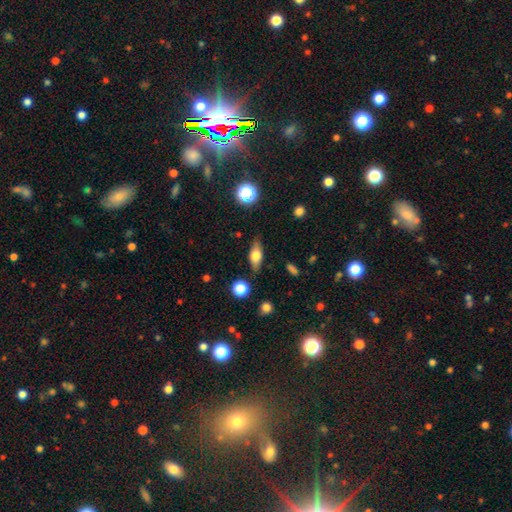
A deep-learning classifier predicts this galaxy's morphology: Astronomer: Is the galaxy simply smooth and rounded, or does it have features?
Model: smooth — 61%.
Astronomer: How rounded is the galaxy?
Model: in between — 71%.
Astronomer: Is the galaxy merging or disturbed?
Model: none — 81%.